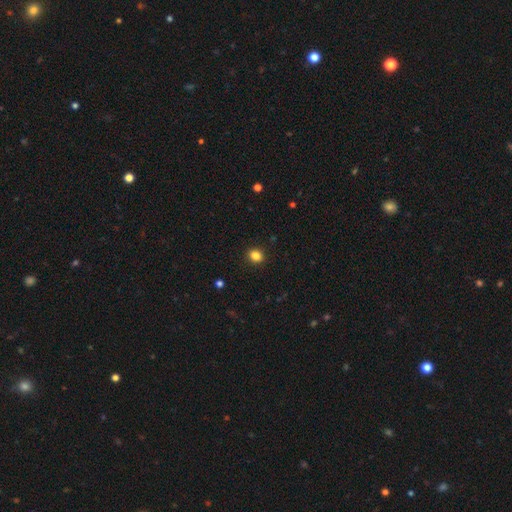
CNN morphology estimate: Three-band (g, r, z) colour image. It shows a smooth galaxy with no disk features (85%) that is round (67%). Merging: none (91%).